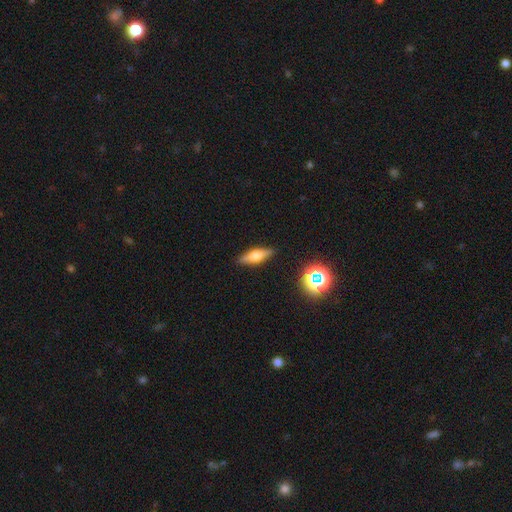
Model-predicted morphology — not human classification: Overall: featured or disk (54%; smooth 36%). Edge-on disk: yes (93%). Edge-on bulge: rounded (90%). Merging: none (89%).